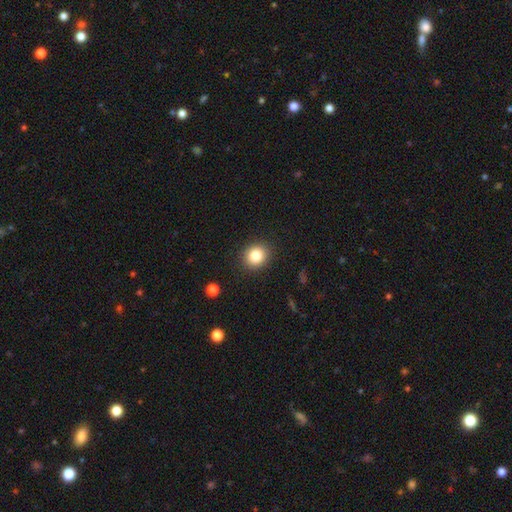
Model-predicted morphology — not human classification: smooth_or_featured: smooth (p=0.82) [alt: star or artifact p=0.11]
how_rounded: round (p=0.78) [alt: in between p=0.21]
merging: none (p=0.90) [alt: minor disturbance p=0.07]